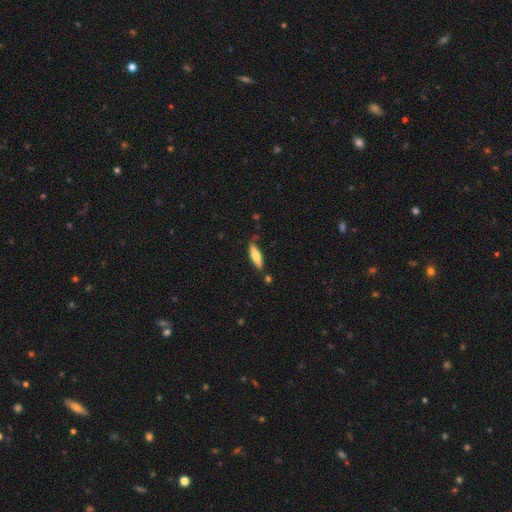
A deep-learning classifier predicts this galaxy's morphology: The model was most divided on "how rounded": cigar-shaped: 61%, in between: 37%, round: 2%. More confident: merging — none (74%); smooth or featured — smooth (64%).